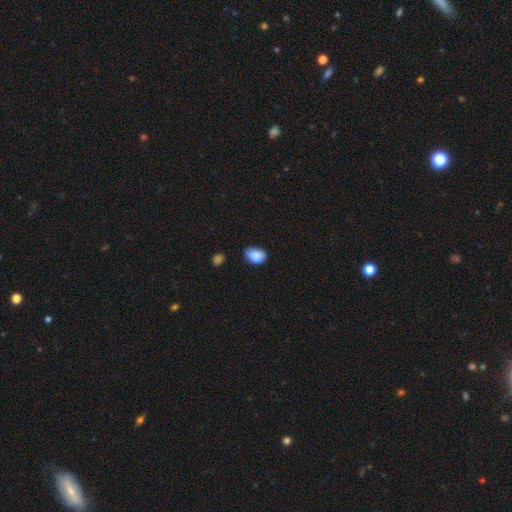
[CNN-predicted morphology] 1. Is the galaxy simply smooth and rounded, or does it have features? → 88% smooth, 7% star or artifact, 5% featured or disk.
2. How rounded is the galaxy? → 74% in between, 25% round, 1% cigar-shaped.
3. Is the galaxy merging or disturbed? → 70% none, 24% minor disturbance, 3% major disturbance, 2% merger.